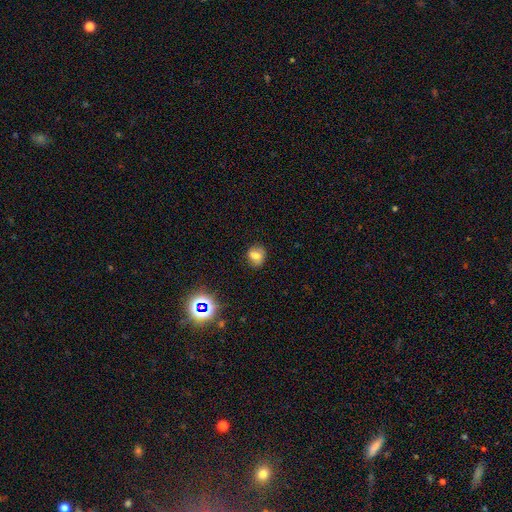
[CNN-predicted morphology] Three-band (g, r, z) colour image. It shows a smooth galaxy with no disk features (64%) that is round (69%). Merging: none (78%).